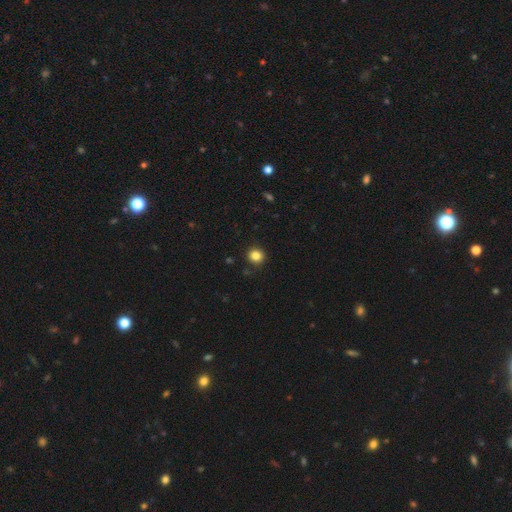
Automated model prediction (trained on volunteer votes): A smooth galaxy with no disk features (84%) that is round (88%).

Vote fractions:
- Smooth or featured? smooth: 84% / star or artifact: 11% / featured or disk: 4%
- How rounded? round: 88% / in between: 11% / cigar-shaped: 1%
- Merging? none: 90% / minor disturbance: 7% / major disturbance: 2% / merger: 1%